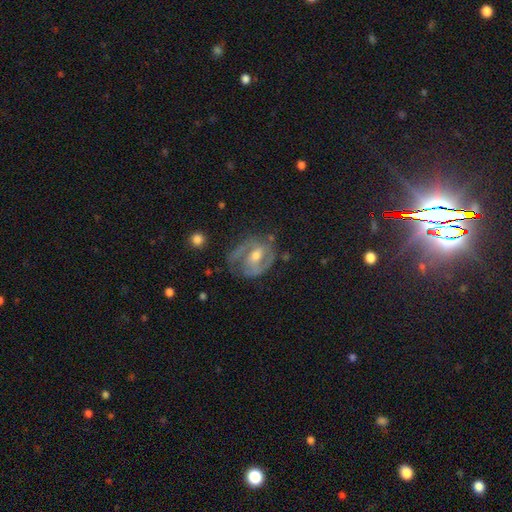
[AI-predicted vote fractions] The model was most divided on "spiral winding": medium: 46%, tight: 38%, loose: 17%. Remaining: edge-on disk — no (96%); spiral arms — yes (81%); smooth or featured — featured or disk (77%); spiral arm count — 2 (68%); bulge size — moderate (64%); merging — none (59%); bar — weak (45%).